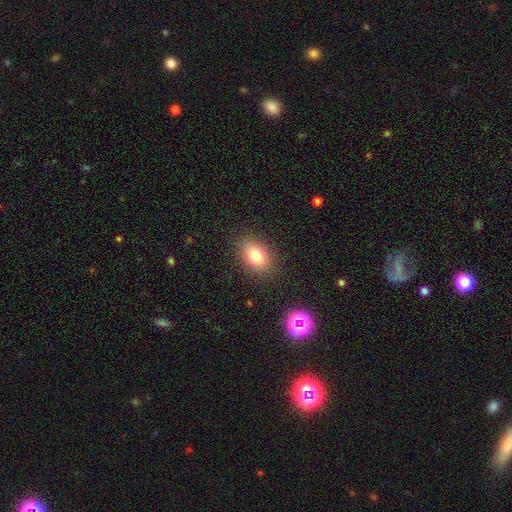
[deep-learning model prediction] Smooth or featured? smooth (79%)
How rounded? in between (77%)
Merging? none (87%)